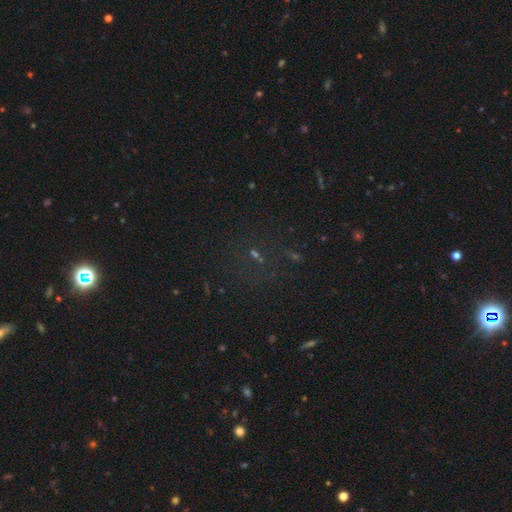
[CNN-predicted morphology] smooth_or_featured: star or artifact (p=0.59) [alt: smooth p=0.28]